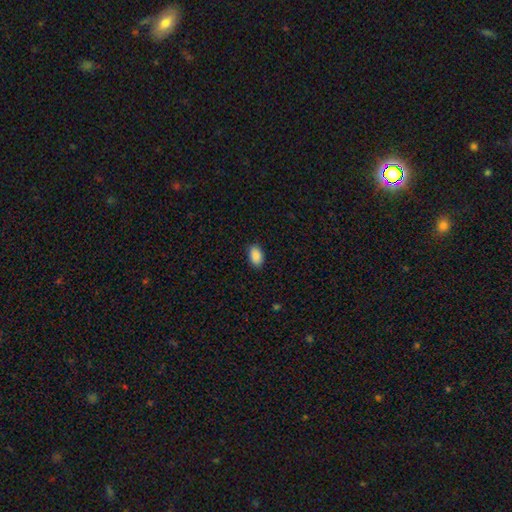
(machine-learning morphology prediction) A smooth galaxy with no disk features (90%) that is in between round and cigar-shaped (93%). Merging: none (88%).